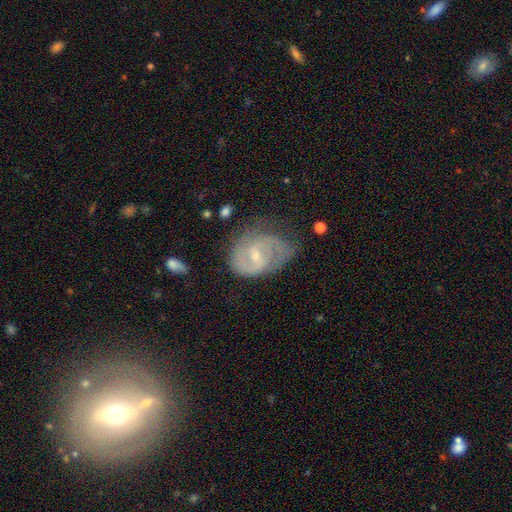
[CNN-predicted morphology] This is likely a featured or disk galaxy (79%). It is clearly not viewed edge-on (97%). Bar: possibly weak (59%). Spiral arm pattern: clearly yes (91%). Spiral arm count: likely 2 (65%). Spiral winding: possibly medium (45%). Central bulge: likely small (67%). Merging: possibly none (49%).